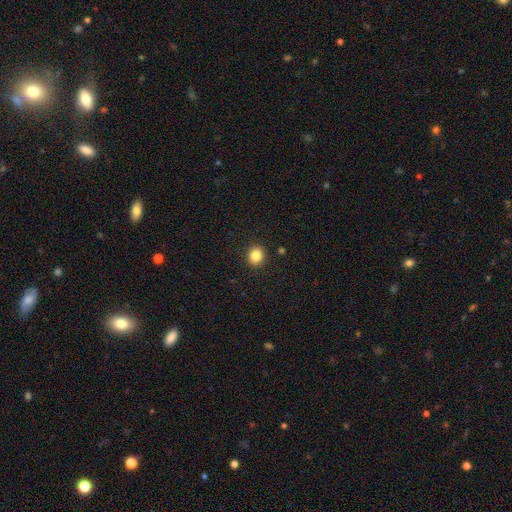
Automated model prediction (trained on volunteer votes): Smooth or featured?
  - smooth: 84% *
  - star or artifact: 11%
  - featured or disk: 5%
How rounded?
  - round: 80% *
  - in between: 19%
  - cigar-shaped: 1%
Merging?
  - none: 92% *
  - minor disturbance: 5%
  - major disturbance: 2%
  - merger: 1%